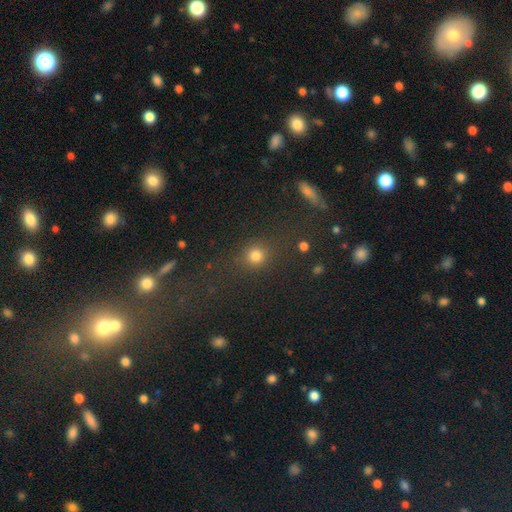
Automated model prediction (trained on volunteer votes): Smooth or featured?
  - smooth: 75% *
  - star or artifact: 17%
  - featured or disk: 8%
How rounded?
  - round: 82% *
  - in between: 16%
  - cigar-shaped: 3%
Merging?
  - none: 77% *
  - minor disturbance: 10%
  - major disturbance: 7%
  - merger: 6%